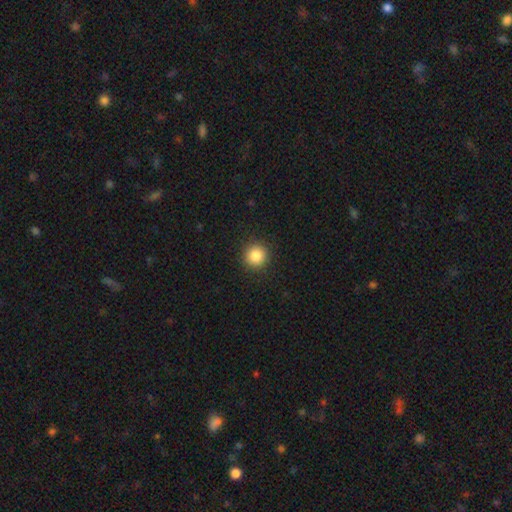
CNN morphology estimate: Smooth or featured? Predicted: smooth (p=0.86). How rounded? Predicted: round (p=0.94). Merging? Predicted: none (p=0.91).